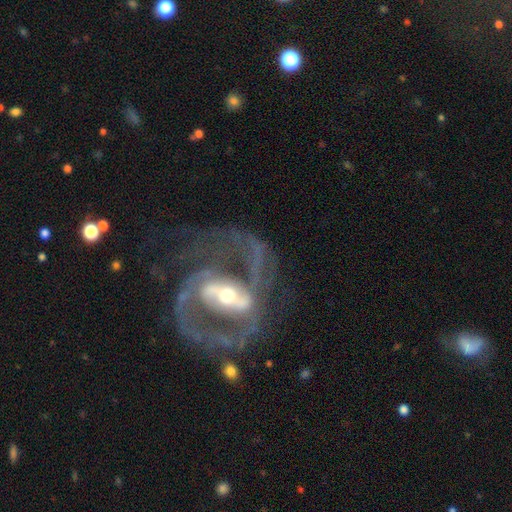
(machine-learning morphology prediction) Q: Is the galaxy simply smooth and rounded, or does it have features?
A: featured or disk — 90%.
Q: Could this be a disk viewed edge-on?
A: no — 97%.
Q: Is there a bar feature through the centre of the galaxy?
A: strong — 53%.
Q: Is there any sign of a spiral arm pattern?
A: yes — 92%.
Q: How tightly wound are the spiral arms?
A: medium — 54%.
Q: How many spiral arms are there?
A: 2 — 80%.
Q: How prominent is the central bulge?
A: moderate — 56%.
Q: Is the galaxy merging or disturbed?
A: none — 49%.